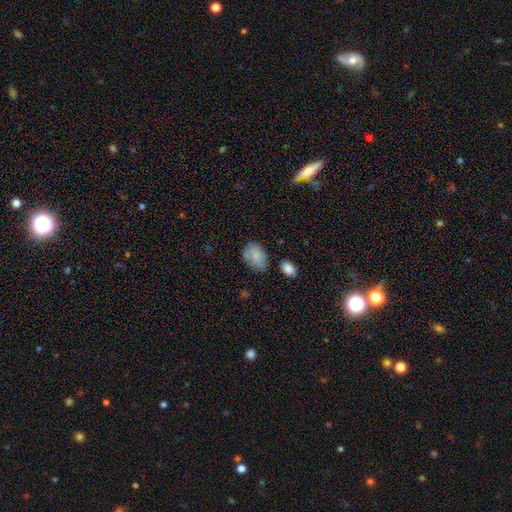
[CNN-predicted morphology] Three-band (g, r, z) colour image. It shows a smooth galaxy with no disk features (78%) that is in between round and cigar-shaped (84%). Merging: none (55%).